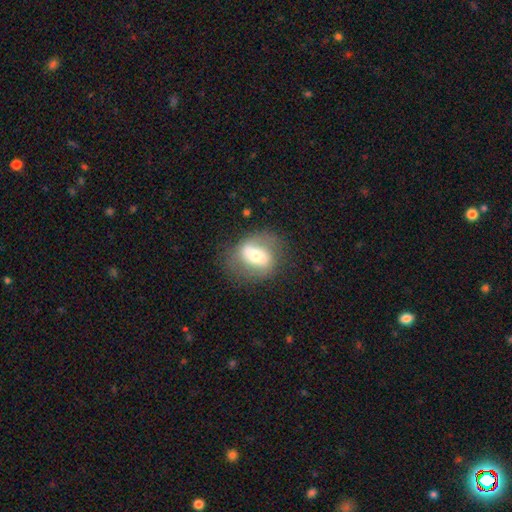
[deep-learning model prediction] Smooth or featured?
  - featured or disk: 51% *
  - smooth: 41%
  - star or artifact: 8%
Edge-on disk?
  - no: 90% *
  - yes: 10%
Merging?
  - none: 70% *
  - minor disturbance: 18%
  - major disturbance: 10%
  - merger: 2%